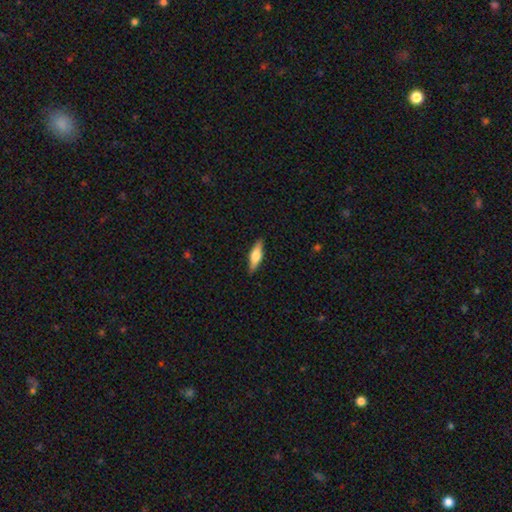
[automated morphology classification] The model was most divided on "smooth or featured": smooth: 55%, featured or disk: 39%, star or artifact: 6%. More confident: merging — none (89%); how rounded — cigar-shaped (58%).